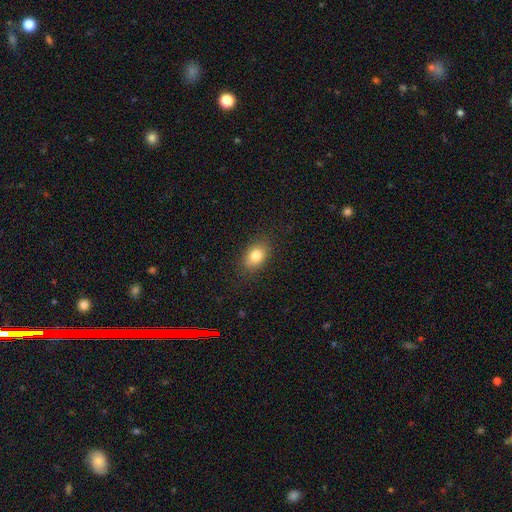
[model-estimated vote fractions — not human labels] smooth_or_featured: smooth (p=0.82) [alt: featured or disk p=0.09]
how_rounded: in between (p=0.78) [alt: round p=0.21]
merging: none (p=0.84) [alt: minor disturbance p=0.12]